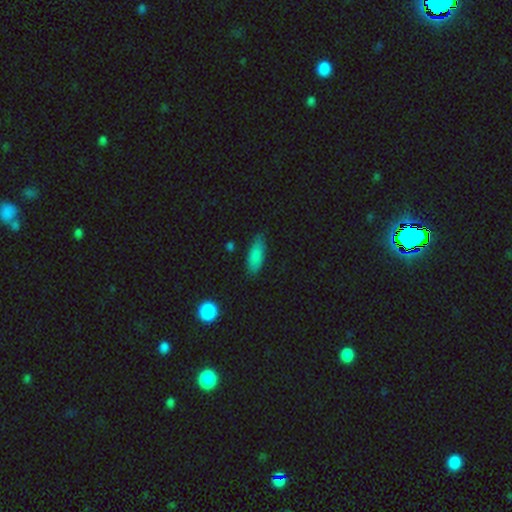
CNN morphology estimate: Smooth or featured? Predicted: smooth (p=0.83). How rounded? Predicted: in between (p=0.74). Merging? Predicted: none (p=0.75).